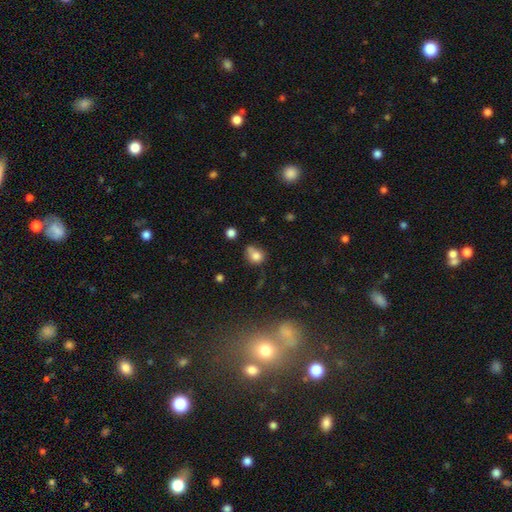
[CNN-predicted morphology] This is likely a smooth galaxy (77%). How rounded: likely round (62%). Merging: marginally none (41%).